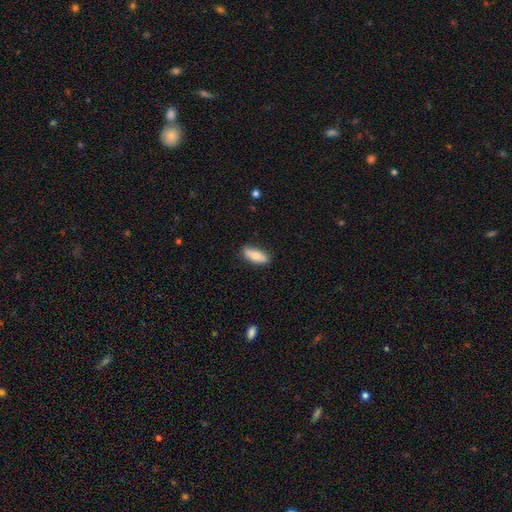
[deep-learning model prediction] This appears to be a smooth galaxy with no disk features (71%) that is in between round and cigar-shaped (68%). Merging: none (82%).